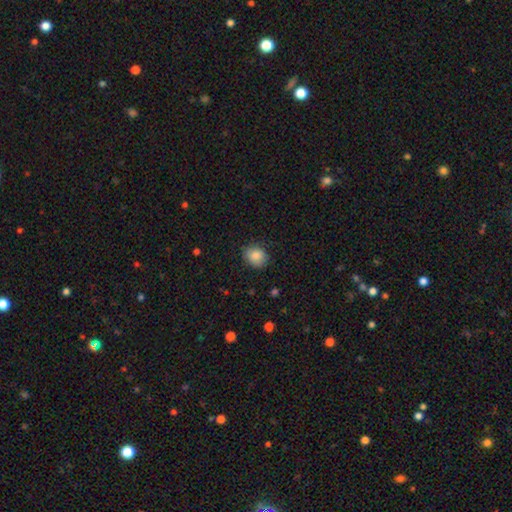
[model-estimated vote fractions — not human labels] This is clearly a smooth galaxy (86%). How rounded: likely round (60%). Merging: clearly none (81%).